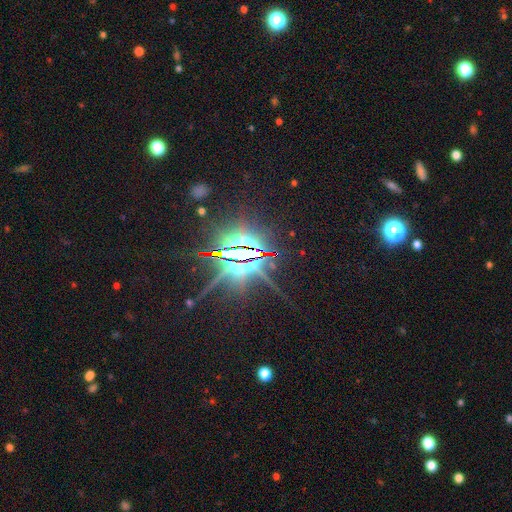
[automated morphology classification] star or artifact 84%, featured or disk 10%, smooth 6%.